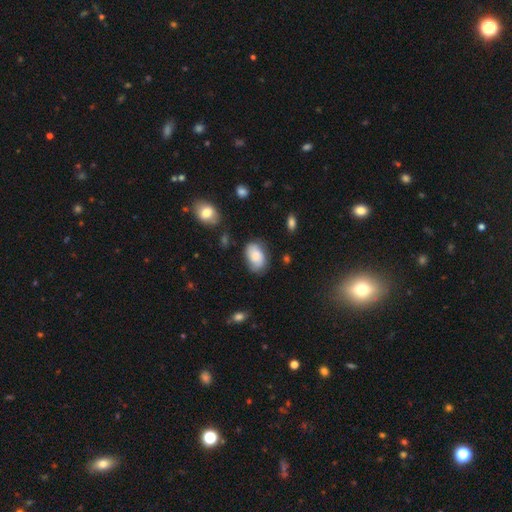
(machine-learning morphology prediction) The model was most divided on "merging": none: 67%, minor disturbance: 24%, major disturbance: 6%, merger: 3%. More confident: how rounded — in between (89%); smooth or featured — smooth (75%).